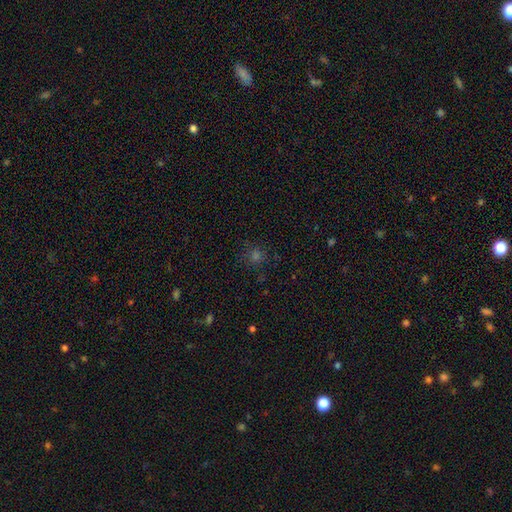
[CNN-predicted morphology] smooth_or_featured: smooth (p=0.49) [alt: star or artifact p=0.41]
merging: none (p=0.83) [alt: minor disturbance p=0.10]